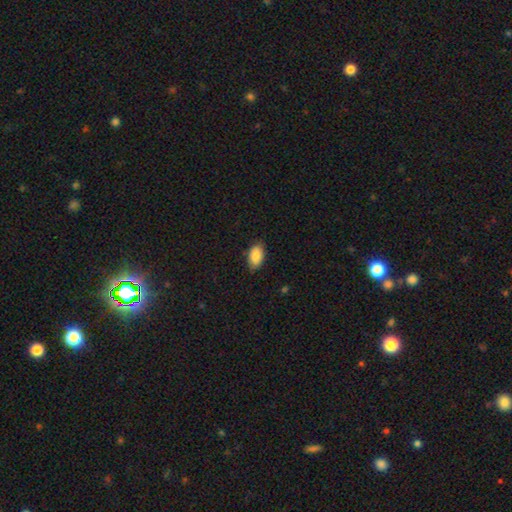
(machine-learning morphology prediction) smooth-or-featured: smooth: 88% | star or artifact: 7% | featured or disk: 6%
  how-rounded: in between: 93% | round: 5% | cigar-shaped: 2%
  merging: none: 81% | minor disturbance: 16% | major disturbance: 3% | merger: 1%